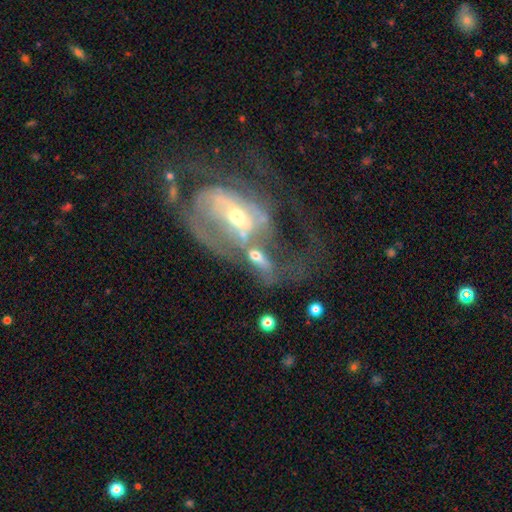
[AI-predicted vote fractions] Morphology: type=featured or disk (55%); edge-on=no (84%); merging=merger (52%).